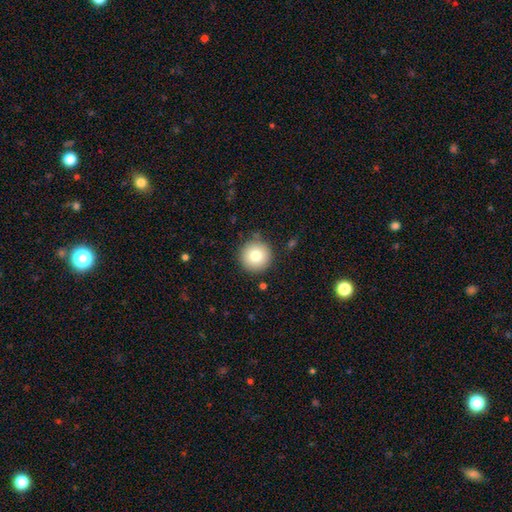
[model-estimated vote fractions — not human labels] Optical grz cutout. It shows a smooth galaxy with no disk features (79%) that is round (96%). Merging: none (87%).